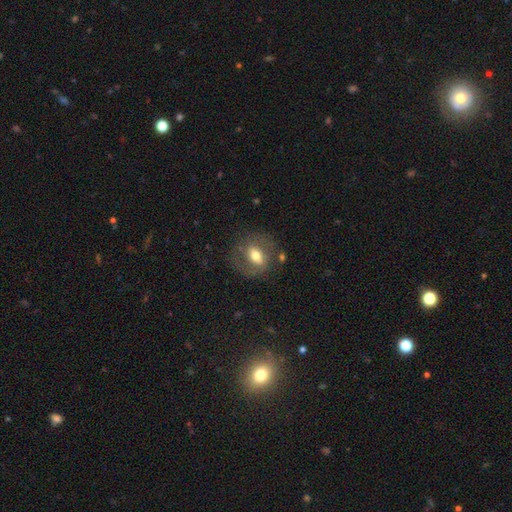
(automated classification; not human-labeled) smooth-or-featured: featured or disk: 51% | smooth: 41% | star or artifact: 8%
  disk-edge-on: no: 92% | yes: 8%
  merging: none: 67% | minor disturbance: 18% | major disturbance: 12% | merger: 3%